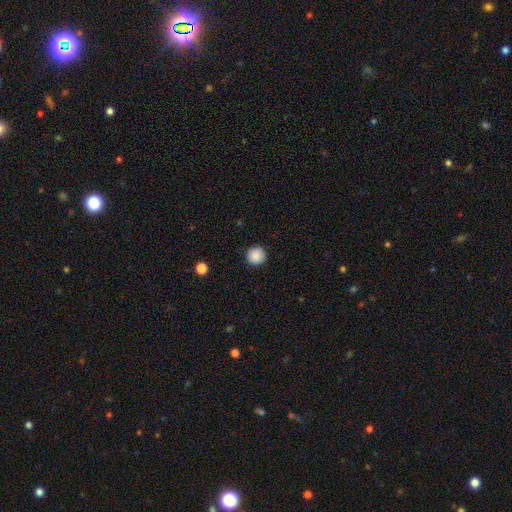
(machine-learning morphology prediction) smooth 86%, star or artifact 9%, featured or disk 5%. Down the decision tree: how rounded — round (95%); merging — none (92%).